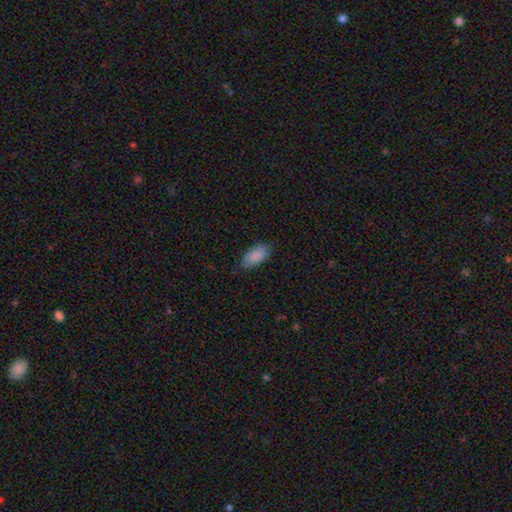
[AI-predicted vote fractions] The model was most divided on "merging": none: 81%, minor disturbance: 15%, major disturbance: 3%, merger: 1%. More confident: how rounded — in between (92%); smooth or featured — smooth (88%).